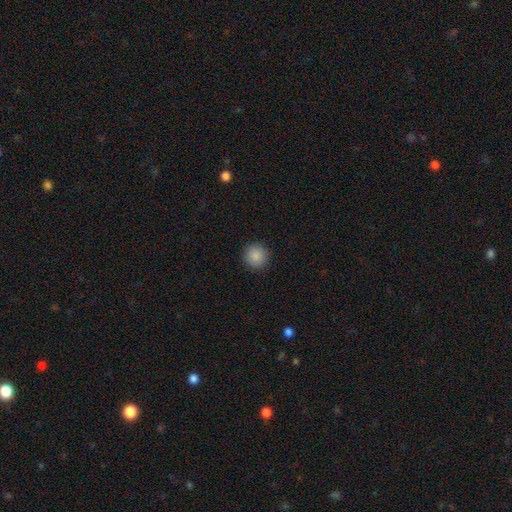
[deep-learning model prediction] Overall: smooth (88%). How rounded: round (94%). Merging: none (93%).